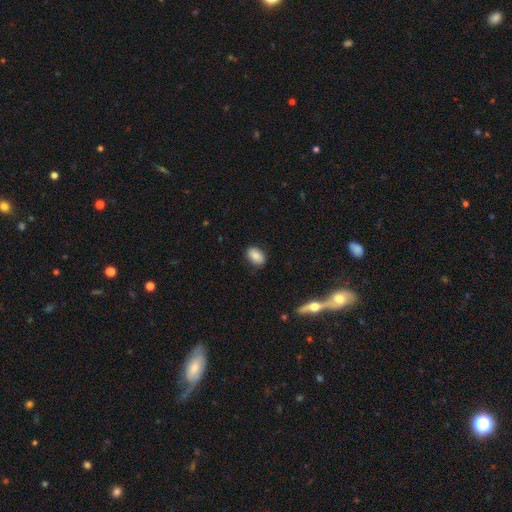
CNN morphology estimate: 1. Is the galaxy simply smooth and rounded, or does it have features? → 84% smooth, 8% star or artifact, 8% featured or disk.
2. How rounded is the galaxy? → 87% in between, 12% round, 1% cigar-shaped.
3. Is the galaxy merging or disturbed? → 84% none, 12% minor disturbance, 3% major disturbance, 1% merger.